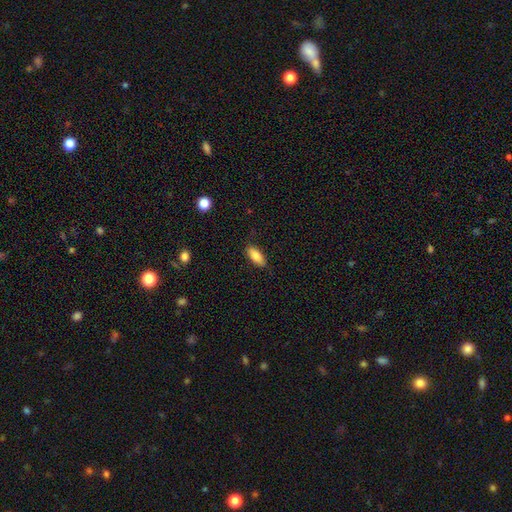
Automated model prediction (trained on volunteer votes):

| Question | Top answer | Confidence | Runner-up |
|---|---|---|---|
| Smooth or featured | smooth | 81% | featured or disk (12%) |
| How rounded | in between | 80% | cigar-shaped (18%) |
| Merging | none | 83% | minor disturbance (13%) |